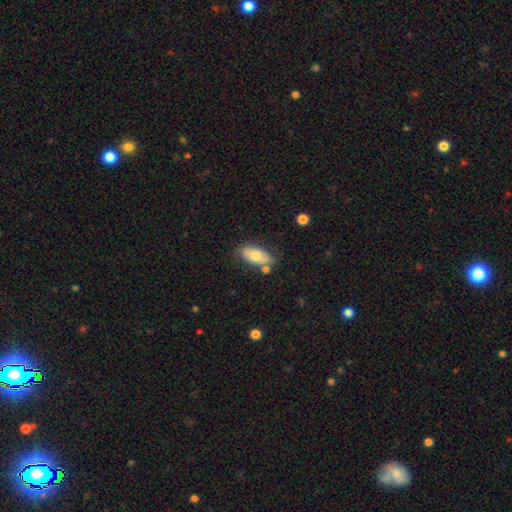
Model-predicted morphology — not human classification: The model was most divided on "smooth or featured": smooth: 67%, featured or disk: 27%, star or artifact: 6%. More confident: how rounded — in between (91%); merging — none (68%).